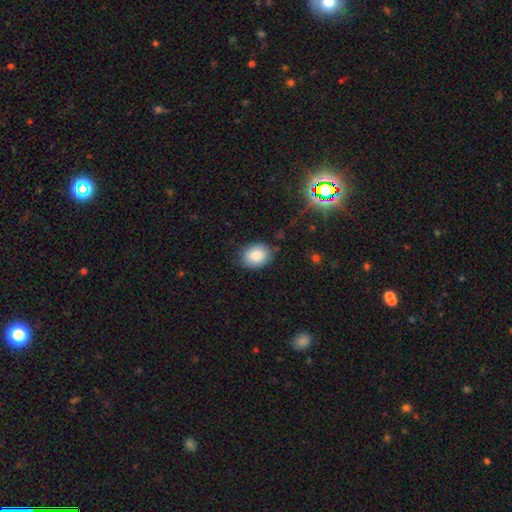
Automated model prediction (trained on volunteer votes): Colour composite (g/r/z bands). It shows a smooth galaxy with no disk features (83%) that is in between round and cigar-shaped (58%). Merging: none (81%).